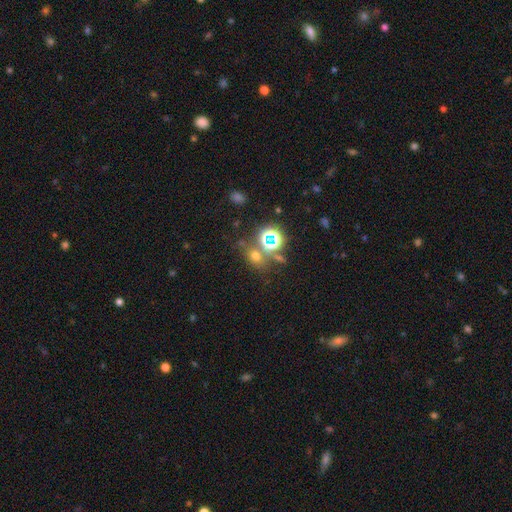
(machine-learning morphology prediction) The model was most divided on "how rounded": round: 51%, in between: 47%, cigar-shaped: 2%. More confident: merging — none (66%); smooth or featured — smooth (53%).